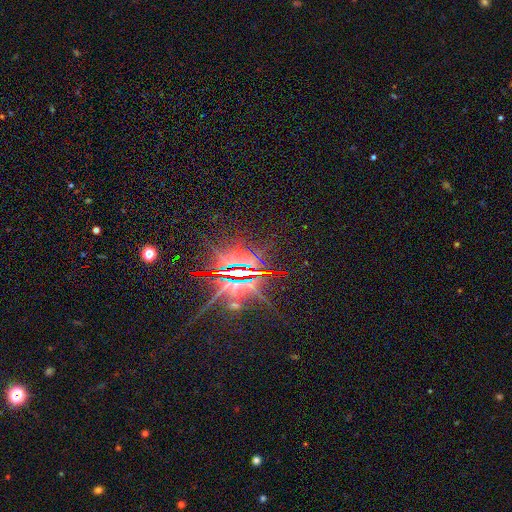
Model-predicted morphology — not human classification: The model was most divided on "smooth or featured": star or artifact: 83%, featured or disk: 11%, smooth: 7%.